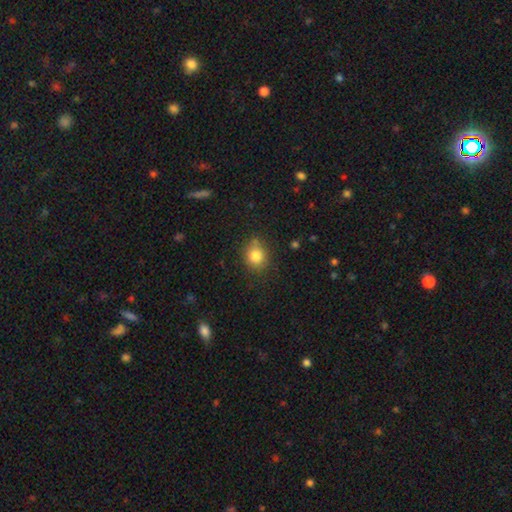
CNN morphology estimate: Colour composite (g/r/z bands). It shows a smooth galaxy with no disk features (82%) that is round (77%). Merging: none (79%).